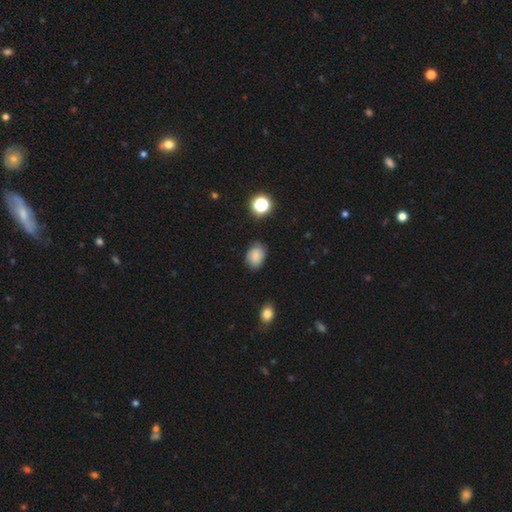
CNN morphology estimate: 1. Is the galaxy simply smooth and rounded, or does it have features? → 73% smooth, 16% featured or disk, 11% star or artifact.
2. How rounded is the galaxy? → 68% in between, 31% round, 1% cigar-shaped.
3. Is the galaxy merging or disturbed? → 73% none, 21% minor disturbance, 4% major disturbance, 2% merger.